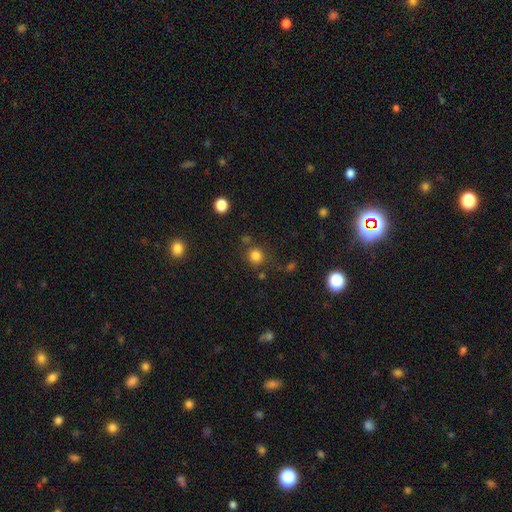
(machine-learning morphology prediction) Smooth or featured?
  - smooth: 80% *
  - star or artifact: 15%
  - featured or disk: 5%
How rounded?
  - round: 90% *
  - in between: 9%
  - cigar-shaped: 1%
Merging?
  - none: 78% *
  - minor disturbance: 10%
  - merger: 7%
  - major disturbance: 4%